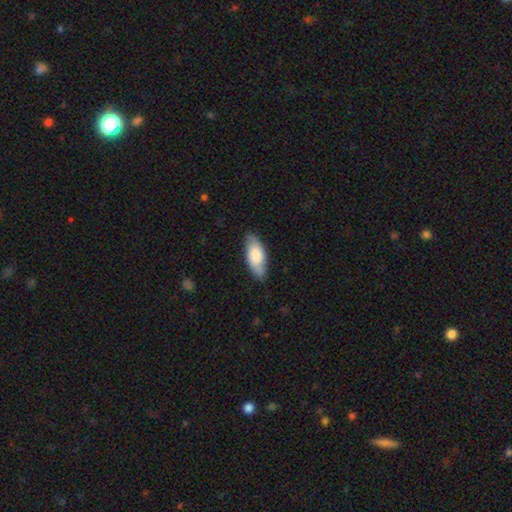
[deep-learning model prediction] This appears to be a smooth galaxy with no disk features (70%) that is in between round and cigar-shaped (82%). Merging: none (79%).